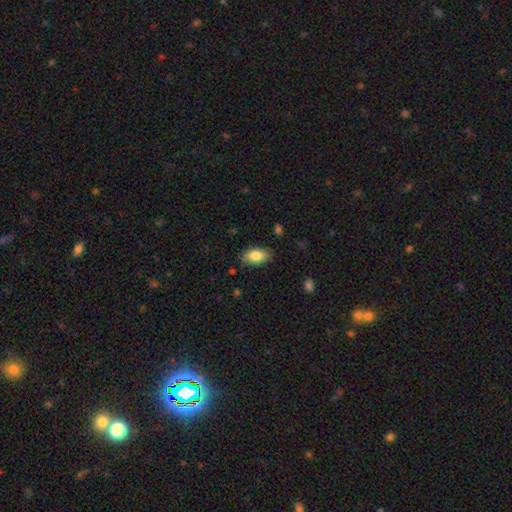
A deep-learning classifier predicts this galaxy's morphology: A smooth galaxy with no disk features (85%) that is in between round and cigar-shaped (93%).

Vote fractions:
- Smooth or featured? smooth: 85% / featured or disk: 8% / star or artifact: 7%
- How rounded? in between: 93% / round: 4% / cigar-shaped: 3%
- Merging? none: 84% / minor disturbance: 12% / major disturbance: 3% / merger: 1%